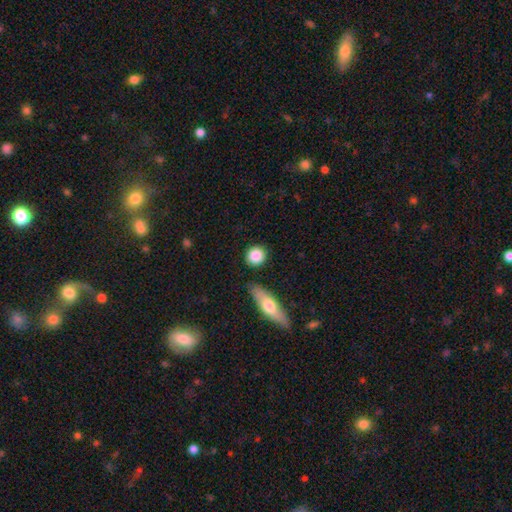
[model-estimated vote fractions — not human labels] smooth_or_featured: smooth (p=0.85) [alt: featured or disk p=0.08]
how_rounded: round (p=0.83) [alt: in between p=0.14]
merging: none (p=0.82) [alt: minor disturbance p=0.10]